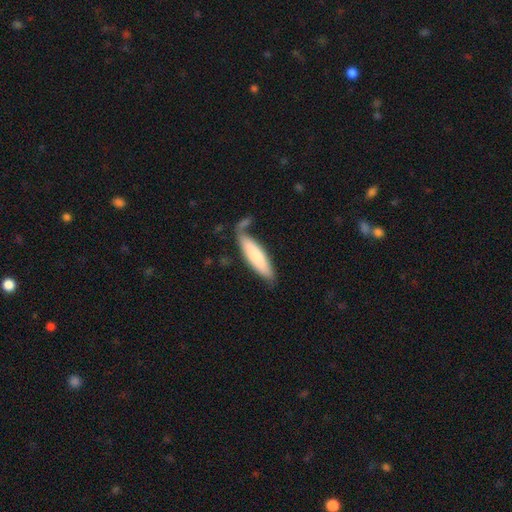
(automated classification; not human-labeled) smooth-or-featured: smooth: 75% | featured or disk: 20% | star or artifact: 5%
  how-rounded: cigar-shaped: 69% | in between: 30% | round: 1%
  merging: none: 58% | minor disturbance: 21% | merger: 13% | major disturbance: 7%